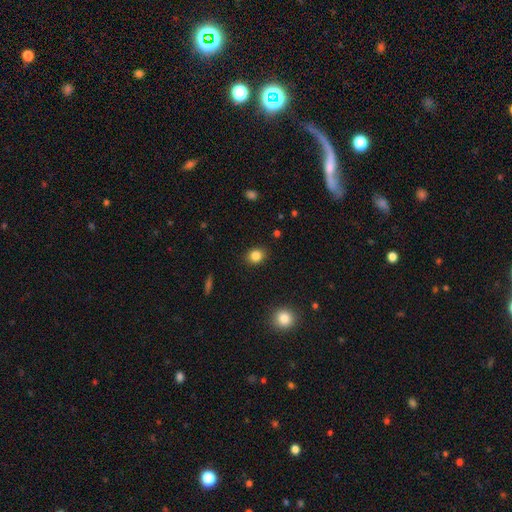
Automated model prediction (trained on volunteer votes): Smooth or featured: smooth — 85% (star or artifact — 11%)
How rounded: round — 70% (in between — 29%)
Merging: none — 88% (minor disturbance — 8%)